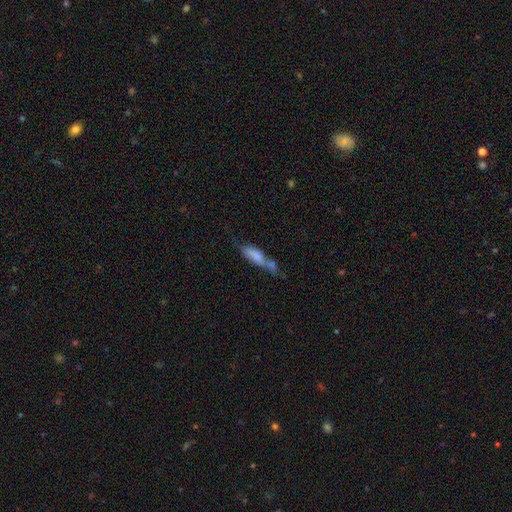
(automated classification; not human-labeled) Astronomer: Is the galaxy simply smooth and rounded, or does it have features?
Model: smooth — 71%.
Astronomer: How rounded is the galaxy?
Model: cigar-shaped — 50% (runner-up: in between, 47%).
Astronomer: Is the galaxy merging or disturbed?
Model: merger — 44% (runner-up: none, 24%).